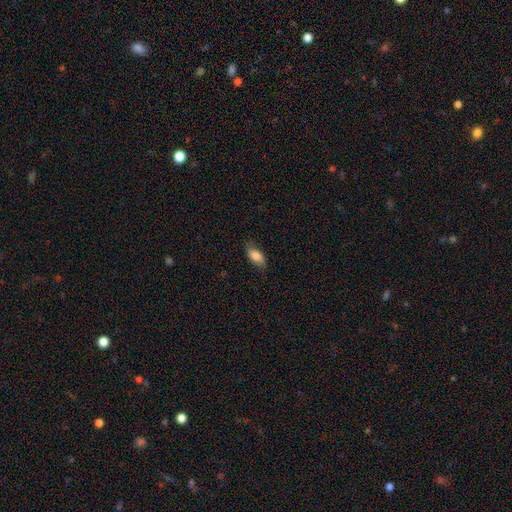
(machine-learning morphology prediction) Overall: smooth (80%). How rounded: in between (88%). Merging: none (76%).